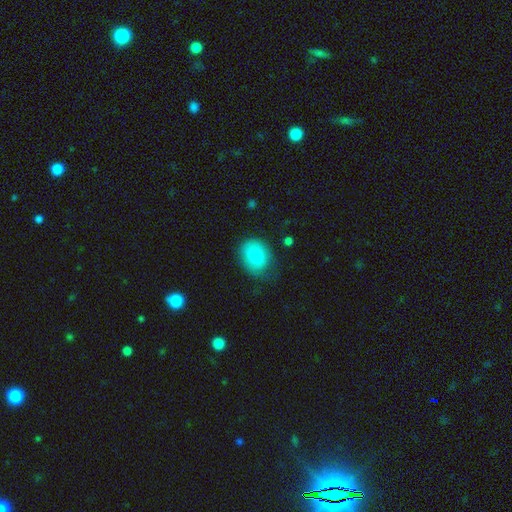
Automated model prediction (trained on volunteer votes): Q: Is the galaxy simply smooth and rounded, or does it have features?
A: smooth — 81%.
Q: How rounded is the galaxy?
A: round — 51%.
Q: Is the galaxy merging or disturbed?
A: none — 61%.